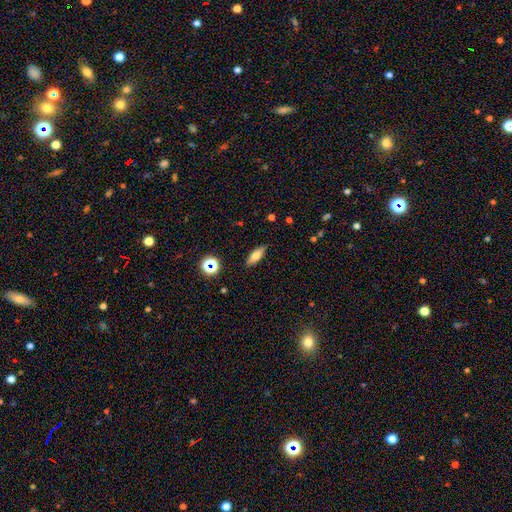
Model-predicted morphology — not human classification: A smooth galaxy with no disk features (71%) that is in between round and cigar-shaped (68%).

Vote fractions:
- Smooth or featured? smooth: 71% / featured or disk: 19% / star or artifact: 10%
- How rounded? in between: 68% / cigar-shaped: 28% / round: 4%
- Merging? none: 84% / minor disturbance: 12% / major disturbance: 3% / merger: 1%